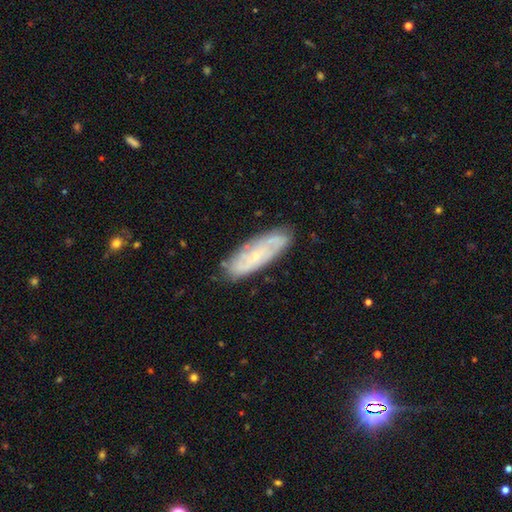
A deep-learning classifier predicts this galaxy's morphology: featured or disk 61%, smooth 31%, star or artifact 8%. Down the decision tree: edge-on disk — no (82%); bar — no (71%); spiral arms — yes (83%); bulge size — small (78%); merging — none (81%).